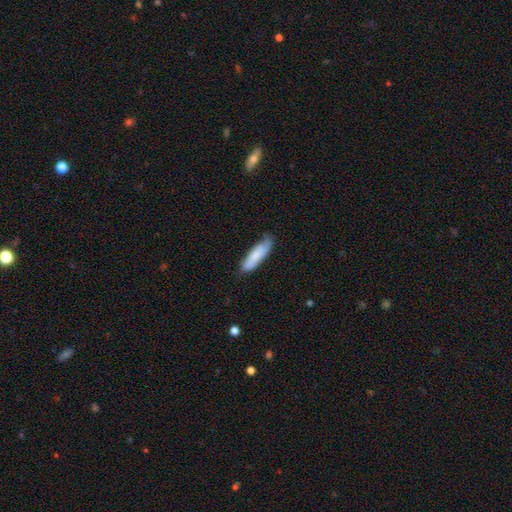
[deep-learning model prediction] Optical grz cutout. It shows a smooth galaxy with no disk features (77%) that is cigar-shaped (60%). Merging: none (65%).